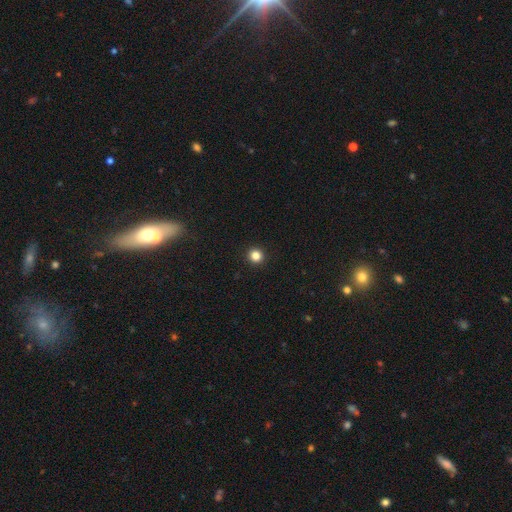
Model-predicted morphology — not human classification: Smooth or featured? smooth (83%)
How rounded? round (96%)
Merging? none (94%)